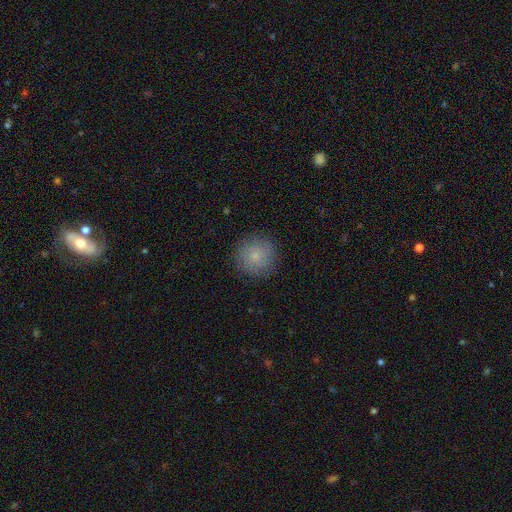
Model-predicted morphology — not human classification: Smooth or featured?
  - smooth: 80% *
  - featured or disk: 11%
  - star or artifact: 9%
How rounded?
  - round: 94% *
  - in between: 5%
  - cigar-shaped: 1%
Merging?
  - none: 87% *
  - minor disturbance: 9%
  - major disturbance: 3%
  - merger: 1%